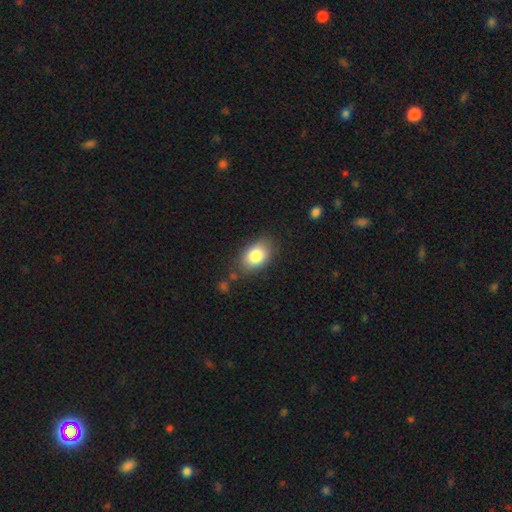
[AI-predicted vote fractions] Smooth or featured: smooth — 83% (featured or disk — 10%)
How rounded: in between — 85% (round — 14%)
Merging: none — 78% (minor disturbance — 15%)